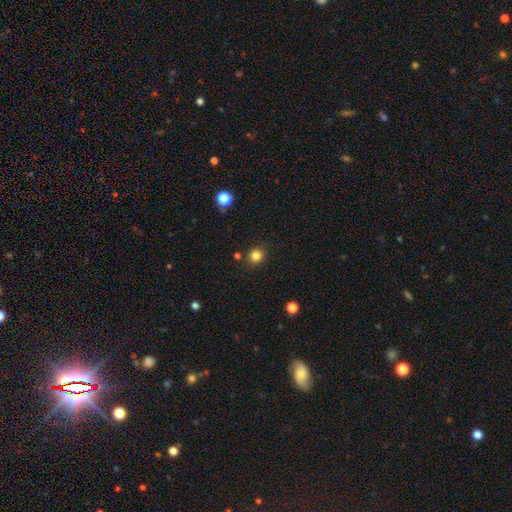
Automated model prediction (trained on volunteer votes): Morphology: type=smooth (82%); roundness=round (82%); merging=none (84%).